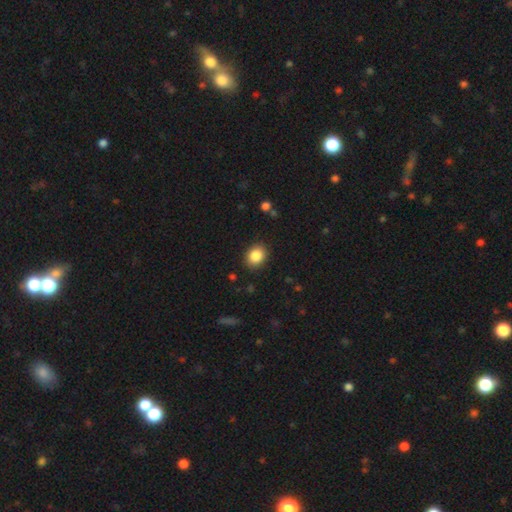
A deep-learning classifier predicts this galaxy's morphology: This is clearly a smooth galaxy (86%). How rounded: possibly round (58%). Merging: clearly none (88%).